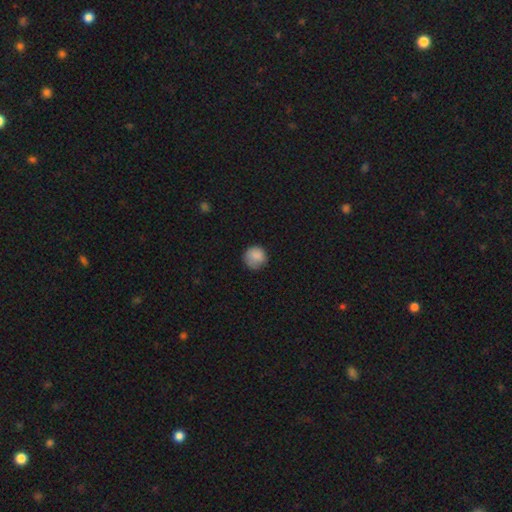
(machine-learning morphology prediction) Overall: smooth (86%). How rounded: round (92%). Merging: none (76%).